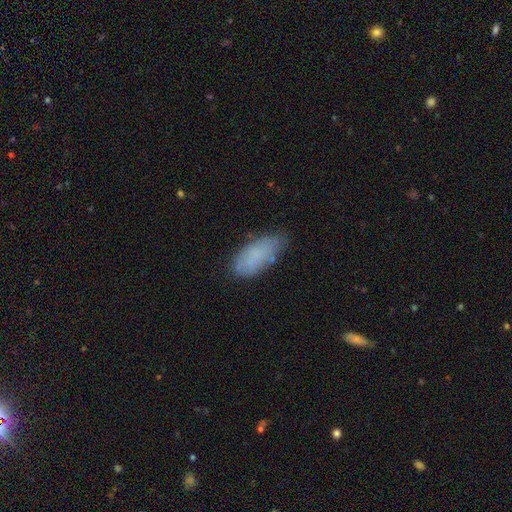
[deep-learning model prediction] smooth-or-featured: smooth: 76% | featured or disk: 15% | star or artifact: 8%
  how-rounded: in between: 87% | cigar-shaped: 11% | round: 2%
  merging: none: 63% | minor disturbance: 27% | major disturbance: 7% | merger: 3%